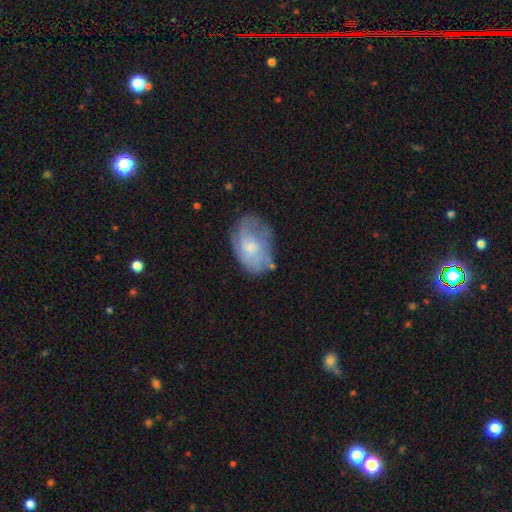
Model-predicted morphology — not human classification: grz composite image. It shows a featured or disk galaxy (52%) with no bar (77%), spiral arms (63%) and a small central bulge (41%). Merging: none (55%).